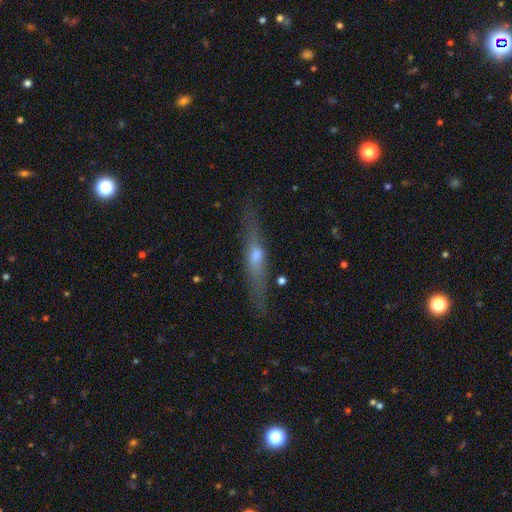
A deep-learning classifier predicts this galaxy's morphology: Smooth or featured?
  - featured or disk: 63% *
  - smooth: 29%
  - star or artifact: 7%
Edge-on disk?
  - yes: 93% *
  - no: 7%
Edge-on bulge?
  - rounded: 82% *
  - none: 13%
  - boxy: 6%
Merging?
  - none: 85% *
  - minor disturbance: 11%
  - major disturbance: 3%
  - merger: 2%